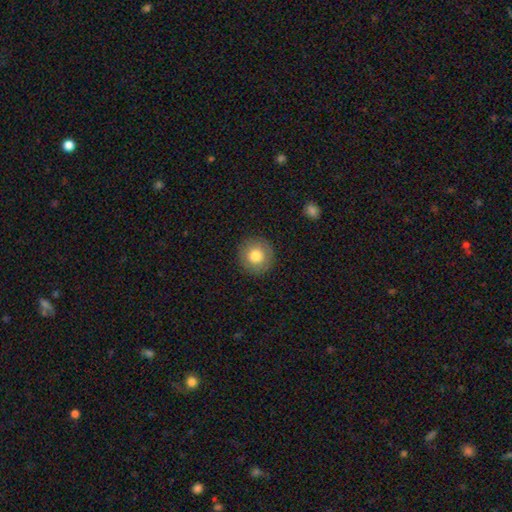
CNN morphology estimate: This appears to be a smooth galaxy with no disk features (80%) that is round (95%). Merging: none (91%).